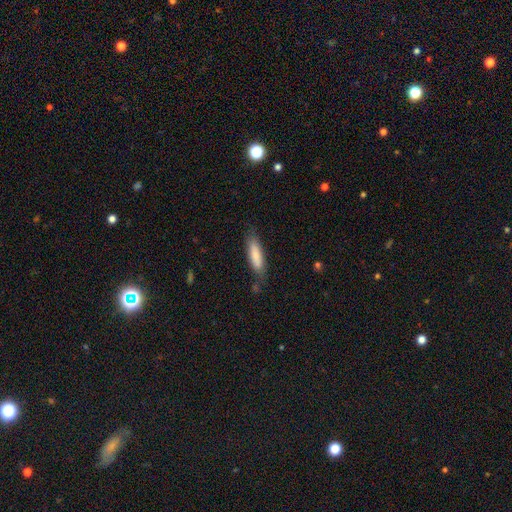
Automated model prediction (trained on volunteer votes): smooth-or-featured: smooth: 82% | featured or disk: 12% | star or artifact: 6%
  how-rounded: cigar-shaped: 65% | in between: 34% | round: 1%
  merging: none: 76% | minor disturbance: 17% | major disturbance: 4% | merger: 3%